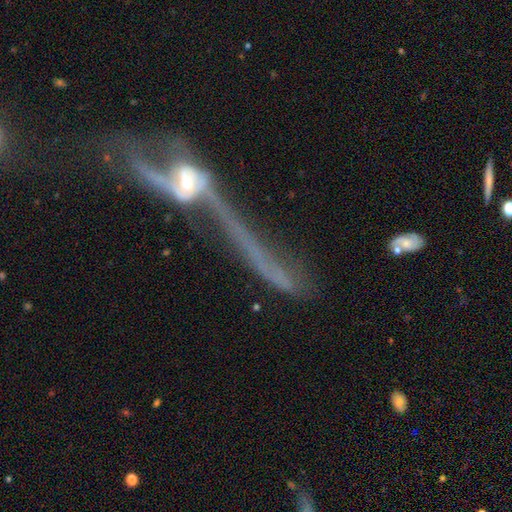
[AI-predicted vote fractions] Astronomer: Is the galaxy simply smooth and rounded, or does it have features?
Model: featured or disk — 69%.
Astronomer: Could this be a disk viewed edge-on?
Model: no — 59% (runner-up: yes, 41%).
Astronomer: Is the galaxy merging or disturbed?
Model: merger — 47% (runner-up: major disturbance, 28%).